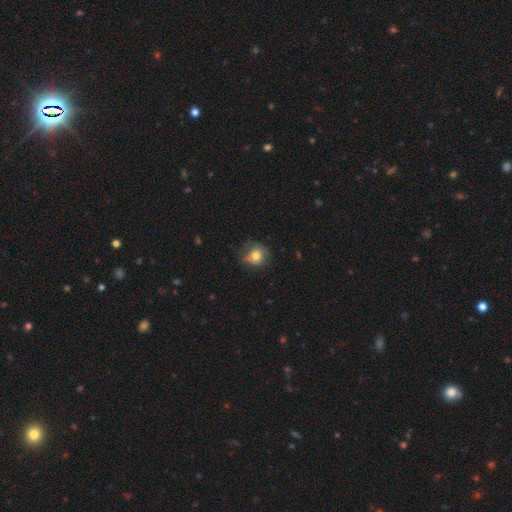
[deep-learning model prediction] Smooth or featured: smooth — 70% (featured or disk — 20%)
How rounded: round — 77% (in between — 22%)
Merging: none — 60% (minor disturbance — 27%)